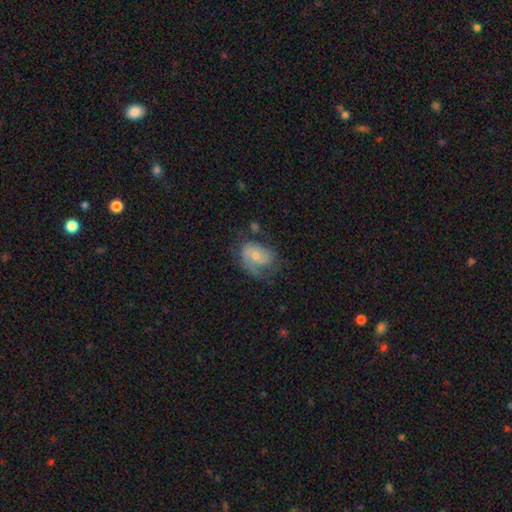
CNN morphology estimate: smooth_or_featured: featured or disk (p=0.63) [alt: smooth p=0.30]
disk_edge_on: no (p=0.97) [alt: yes p=0.03]
bar: no (p=0.67) [alt: weak p=0.28]
has_spiral_arms: yes (p=0.82) [alt: no p=0.18]
spiral_winding: medium (p=0.39) [alt: tight p=0.34]
spiral_arm_count: 1 (p=0.45) [alt: 2 p=0.34]
bulge_size: moderate (p=0.48) [alt: small p=0.46]
merging: none (p=0.43) [alt: minor disturbance p=0.27]